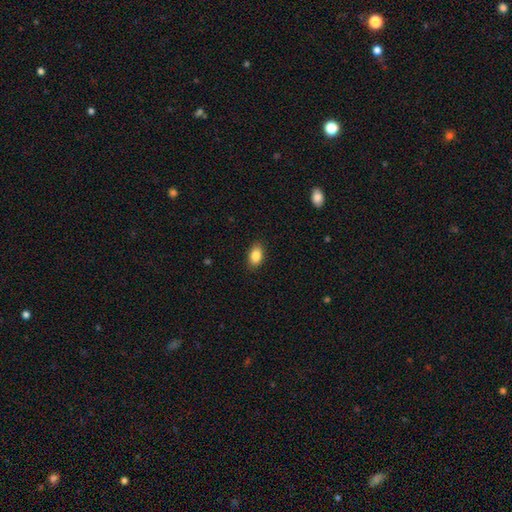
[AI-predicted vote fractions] Overall: smooth (86%). How rounded: in between (89%). Merging: none (88%).